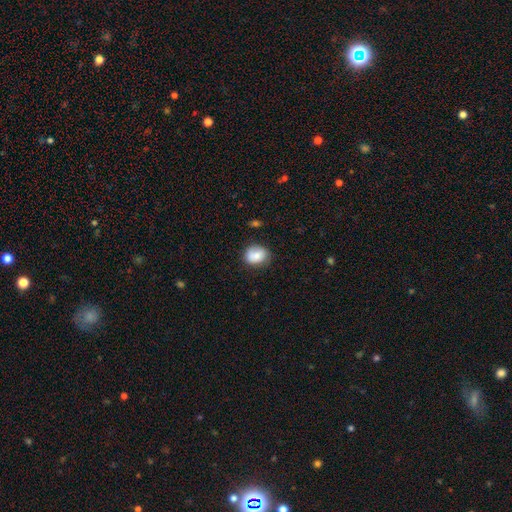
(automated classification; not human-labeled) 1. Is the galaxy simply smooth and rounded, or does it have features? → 80% smooth, 12% featured or disk, 8% star or artifact.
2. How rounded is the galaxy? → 55% round, 44% in between, 1% cigar-shaped.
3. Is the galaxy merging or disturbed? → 74% none, 19% minor disturbance, 4% major disturbance, 2% merger.